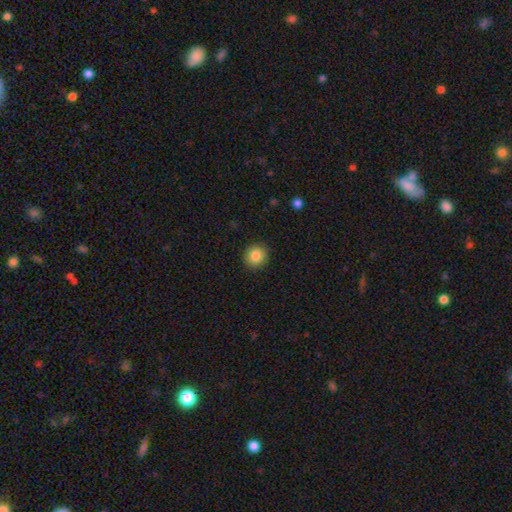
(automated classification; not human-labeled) This is clearly a smooth galaxy (85%). How rounded: clearly round (88%). Merging: clearly none (90%).